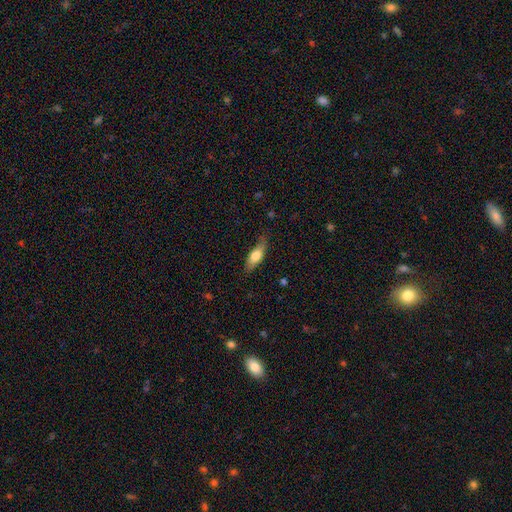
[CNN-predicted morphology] Smooth or featured? smooth (70%)
How rounded? in between (59%)
Merging? none (73%)